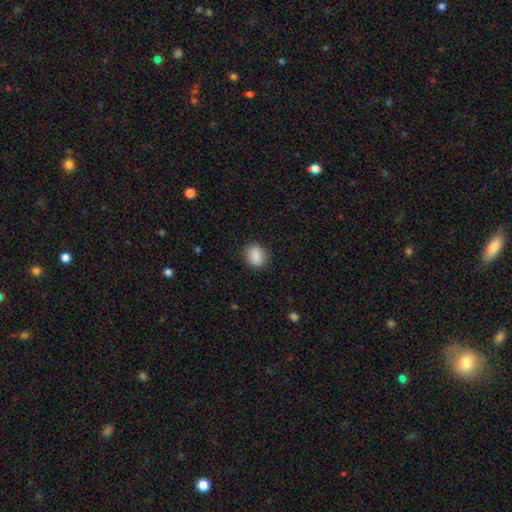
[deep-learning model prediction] Smooth or featured: smooth — 89% (star or artifact — 8%)
How rounded: round — 50% (in between — 49%)
Merging: none — 87% (minor disturbance — 9%)